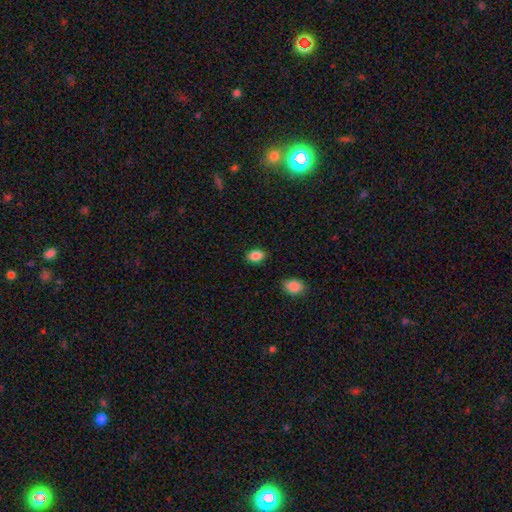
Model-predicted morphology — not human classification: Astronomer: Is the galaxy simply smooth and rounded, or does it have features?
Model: smooth — 87%.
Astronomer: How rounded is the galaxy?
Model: in between — 79%.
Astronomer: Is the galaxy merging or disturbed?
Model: none — 87%.